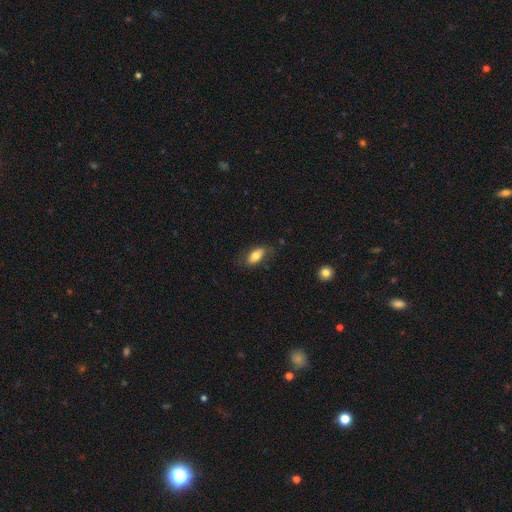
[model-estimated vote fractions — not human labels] Smooth or featured? smooth (73%)
How rounded? in between (88%)
Merging? none (71%)